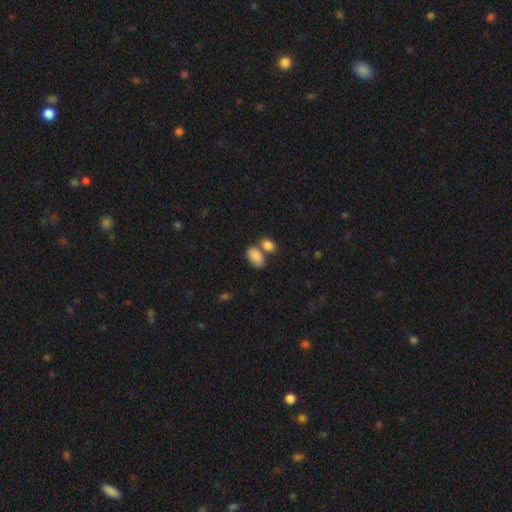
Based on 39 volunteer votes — smooth 90%, featured or disk 5%, star or artifact 5%. Down the decision tree: how rounded — in between (89%); merging — none (46%).